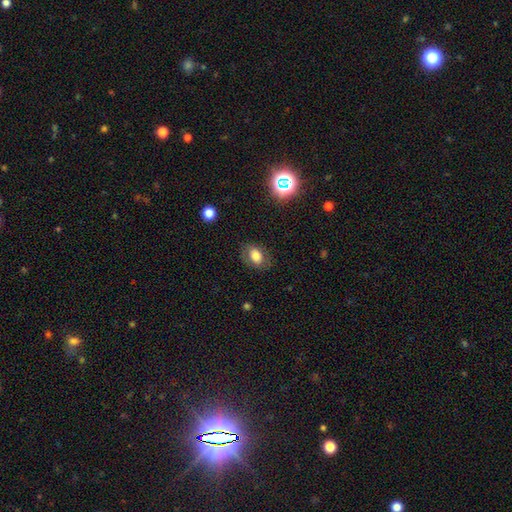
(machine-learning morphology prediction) smooth-or-featured: smooth: 73% | featured or disk: 16% | star or artifact: 11%
  how-rounded: in between: 78% | round: 20% | cigar-shaped: 1%
  merging: none: 76% | minor disturbance: 16% | major disturbance: 7% | merger: 1%